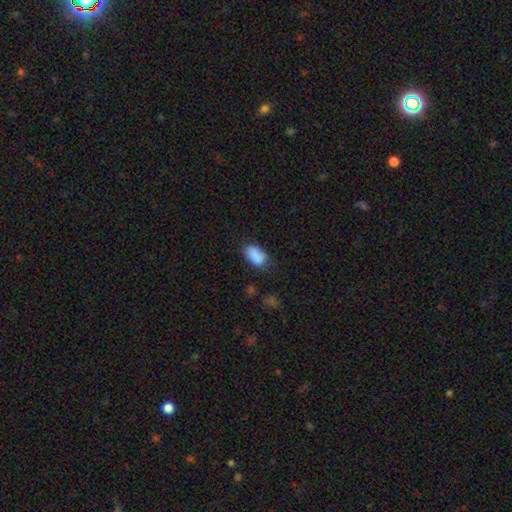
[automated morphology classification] smooth 87%, star or artifact 8%, featured or disk 5%. Down the decision tree: how rounded — in between (92%); merging — none (69%).